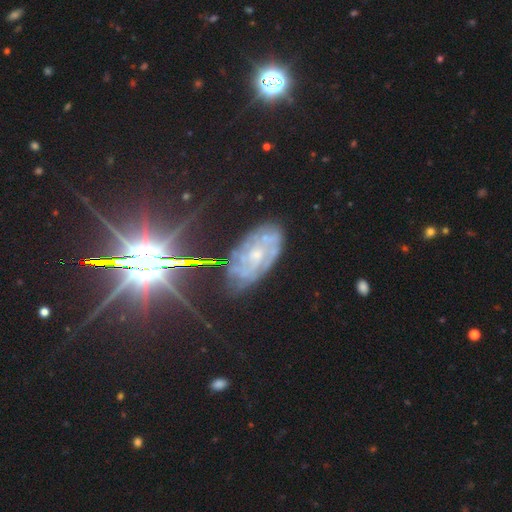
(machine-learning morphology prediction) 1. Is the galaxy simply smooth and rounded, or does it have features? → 70% featured or disk, 17% star or artifact, 13% smooth.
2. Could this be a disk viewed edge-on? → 92% no, 8% yes.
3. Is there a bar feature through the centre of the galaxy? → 68% no, 26% weak, 7% strong.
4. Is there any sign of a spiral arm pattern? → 87% yes, 13% no.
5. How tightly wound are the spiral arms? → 65% tight, 27% medium, 8% loose.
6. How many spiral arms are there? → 52% can't tell, 19% 2, 12% 3, 8% 4, 5% more than 4, 5% 1.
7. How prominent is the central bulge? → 63% small, 29% moderate, 5% none, 2% large, 1% dominant.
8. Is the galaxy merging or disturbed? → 73% none, 18% minor disturbance, 7% major disturbance, 2% merger.